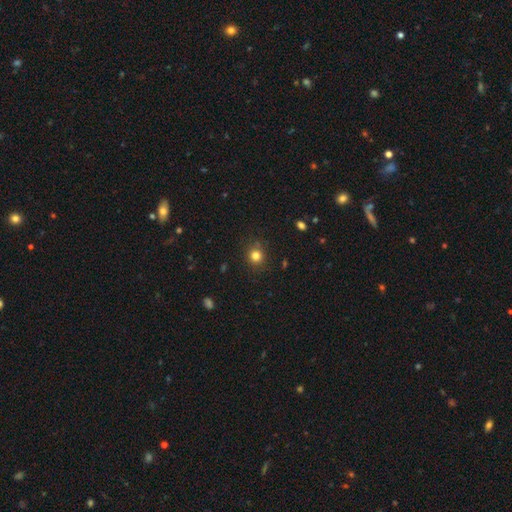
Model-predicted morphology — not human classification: smooth 81%, star or artifact 14%, featured or disk 6%. Down the decision tree: how rounded — round (88%); merging — none (87%).